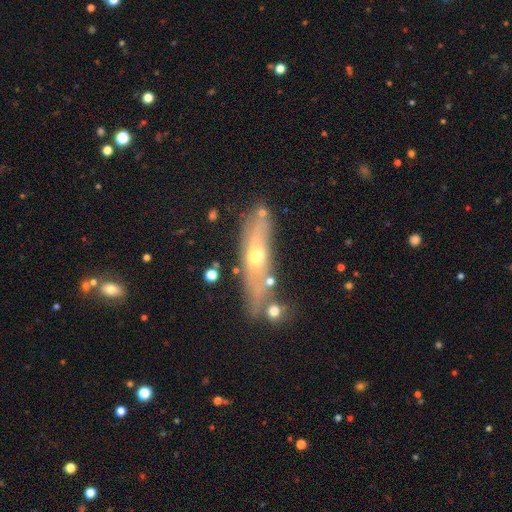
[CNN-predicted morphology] smooth_or_featured: featured or disk (p=0.46) [alt: smooth p=0.45]
merging: none (p=0.64) [alt: minor disturbance p=0.18]